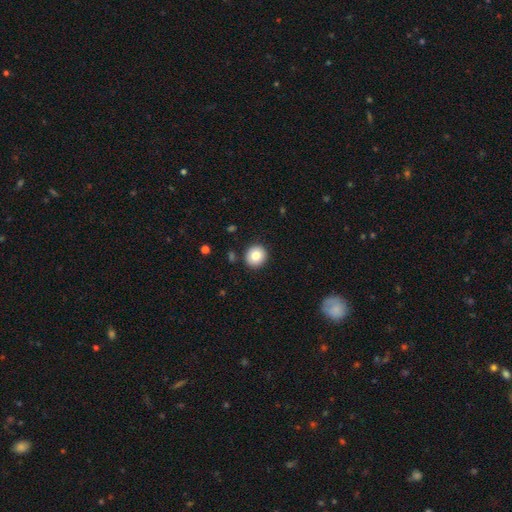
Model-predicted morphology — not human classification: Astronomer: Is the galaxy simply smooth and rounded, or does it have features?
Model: smooth — 82%.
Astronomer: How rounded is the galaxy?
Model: round — 89%.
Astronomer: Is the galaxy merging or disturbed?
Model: none — 91%.